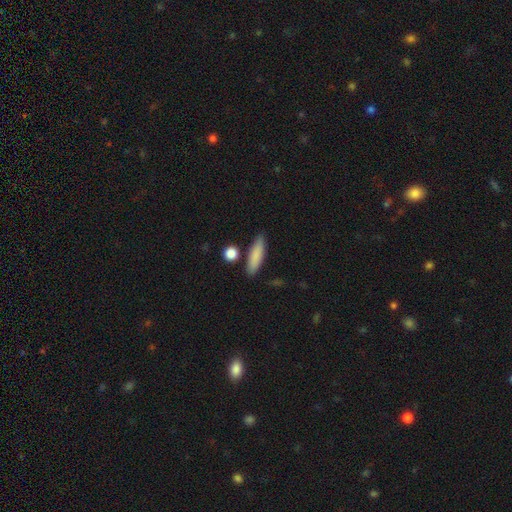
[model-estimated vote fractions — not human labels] Smooth or featured?
  - smooth: 84% *
  - featured or disk: 10%
  - star or artifact: 6%
How rounded?
  - cigar-shaped: 63% *
  - in between: 34%
  - round: 3%
Merging?
  - none: 82% *
  - minor disturbance: 11%
  - merger: 4%
  - major disturbance: 2%